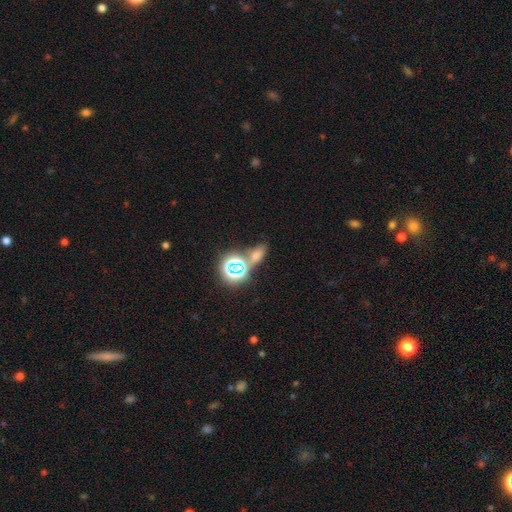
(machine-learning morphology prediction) Smooth or featured? smooth (53%)
How rounded? in between (67%)
Merging? none (55%)